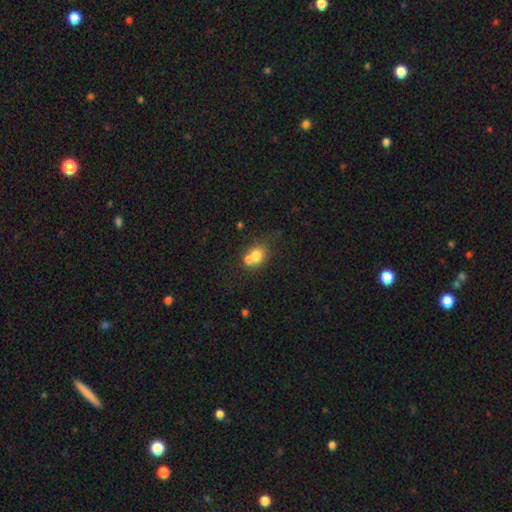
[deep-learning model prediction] smooth_or_featured: smooth (p=0.71) [alt: featured or disk p=0.17]
how_rounded: round (p=0.68) [alt: in between p=0.31]
merging: merger (p=0.51) [alt: none p=0.36]